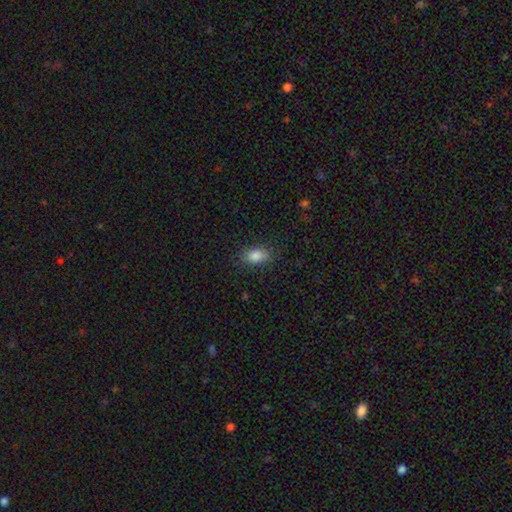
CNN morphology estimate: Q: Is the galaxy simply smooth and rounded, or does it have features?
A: smooth — 86%.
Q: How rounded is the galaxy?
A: in between — 89%.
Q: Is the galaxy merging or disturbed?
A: none — 85%.